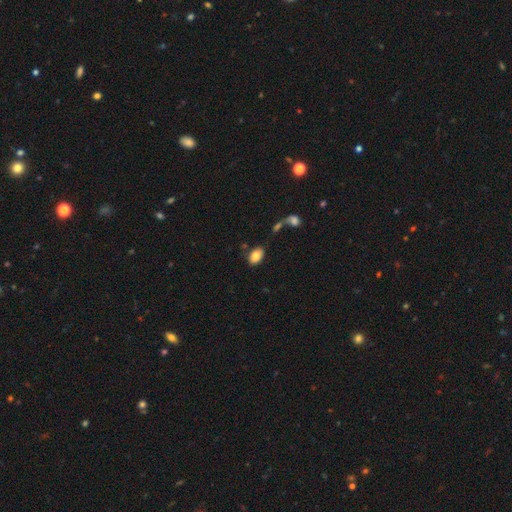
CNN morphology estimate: Smooth or featured? Predicted: smooth (p=0.82). How rounded? Predicted: in between (p=0.87). Merging? Predicted: none (p=0.74).